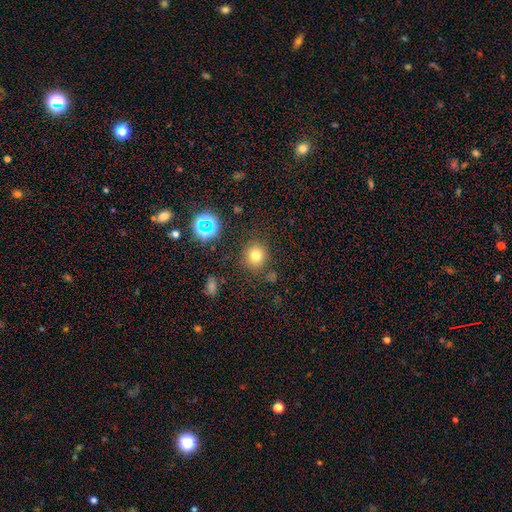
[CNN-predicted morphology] smooth_or_featured: smooth (p=0.73) [alt: star or artifact p=0.18]
how_rounded: round (p=0.88) [alt: in between p=0.11]
merging: none (p=0.84) [alt: minor disturbance p=0.09]